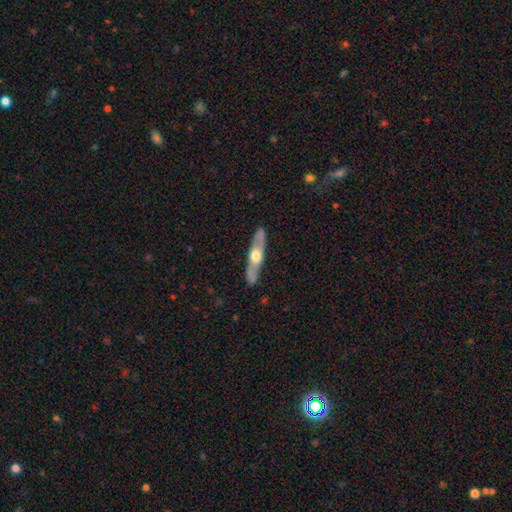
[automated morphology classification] This appears to be a featured or disk galaxy (60%) viewed edge-on (81%). Merging: none (87%).